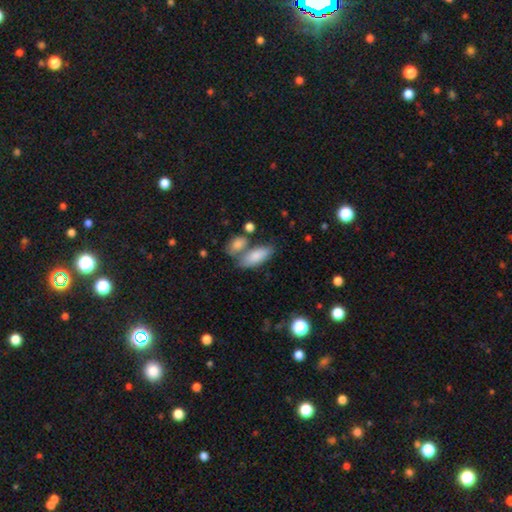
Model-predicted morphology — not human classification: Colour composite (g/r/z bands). It shows a smooth galaxy with no disk features (83%) that is in between round and cigar-shaped (84%). Merging: none (48%).